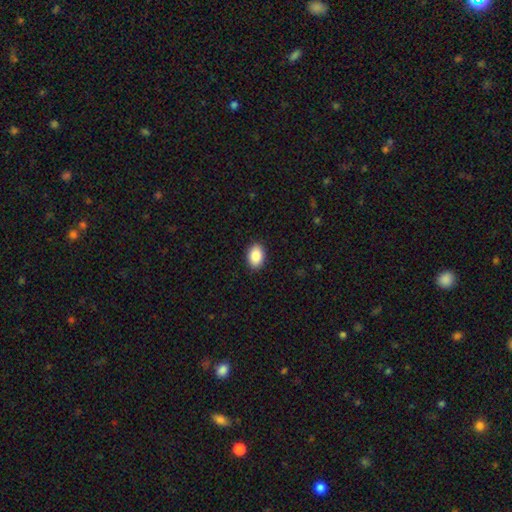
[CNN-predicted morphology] Overall: smooth (89%). How rounded: in between (83%). Merging: none (90%).